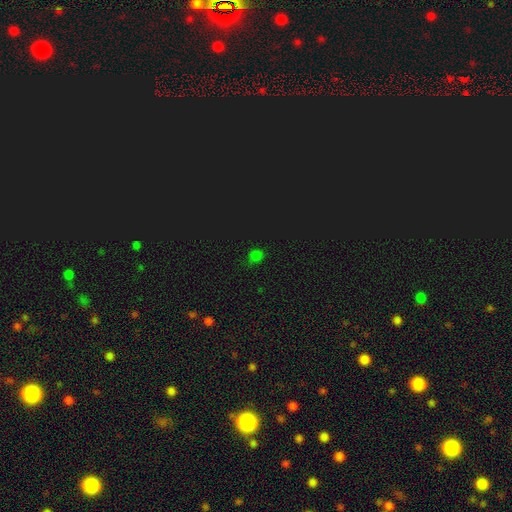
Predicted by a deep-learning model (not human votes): This appears to be a smooth galaxy with no disk features (66%) that is round (84%). Merging: none (82%).